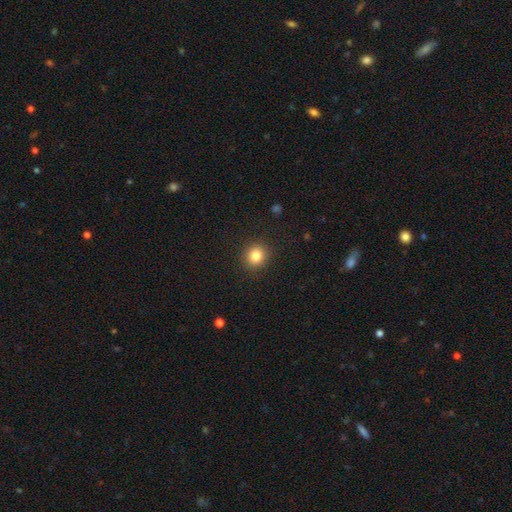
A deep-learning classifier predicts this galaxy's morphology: smooth 83%, star or artifact 11%, featured or disk 6%. Down the decision tree: how rounded — round (86%); merging — none (91%).